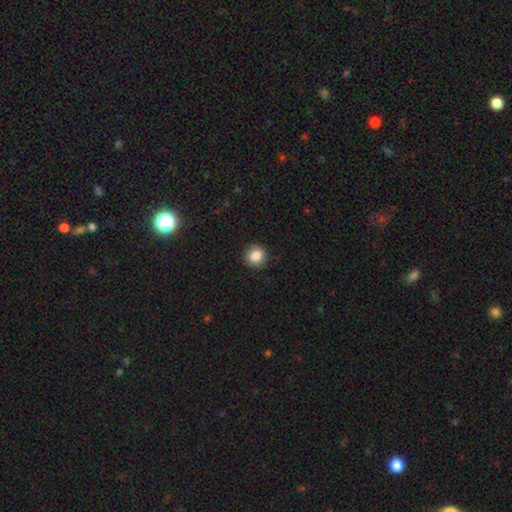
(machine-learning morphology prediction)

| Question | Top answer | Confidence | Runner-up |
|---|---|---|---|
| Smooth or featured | smooth | 85% | star or artifact (10%) |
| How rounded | round | 86% | in between (13%) |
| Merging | none | 89% | minor disturbance (8%) |